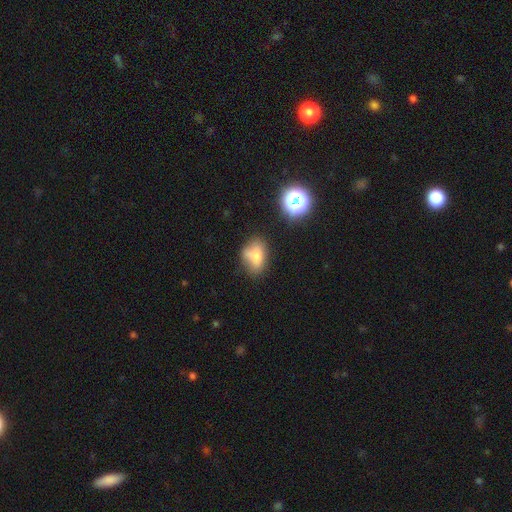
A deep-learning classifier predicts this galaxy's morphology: A smooth galaxy with no disk features (66%) that is in between round and cigar-shaped (74%).

Vote fractions:
- Smooth or featured? smooth: 66% / featured or disk: 20% / star or artifact: 14%
- How rounded? in between: 74% / round: 23% / cigar-shaped: 2%
- Merging? none: 48% / minor disturbance: 31% / major disturbance: 13% / merger: 8%